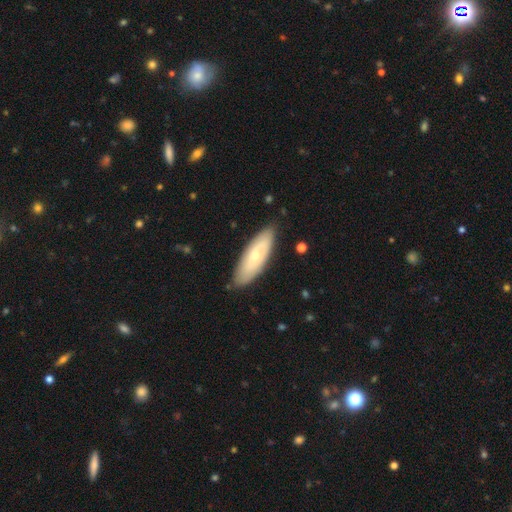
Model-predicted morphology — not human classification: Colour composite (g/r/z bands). It shows a smooth galaxy with no disk features (52%) that is in between round and cigar-shaped (60%). Merging: none (83%).